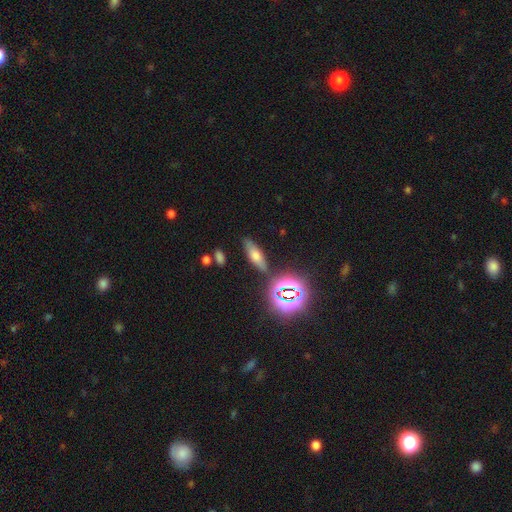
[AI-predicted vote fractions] smooth 52%, featured or disk 24%, star or artifact 24%. Down the decision tree: how rounded — in between (52%); merging — none (81%).